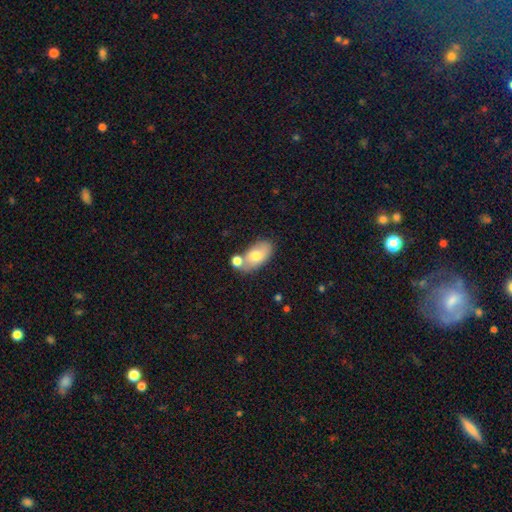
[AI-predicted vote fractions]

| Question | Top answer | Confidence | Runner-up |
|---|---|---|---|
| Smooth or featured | smooth | 68% | featured or disk (25%) |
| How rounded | in between | 91% | round (6%) |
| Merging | none | 45% | merger (32%) |